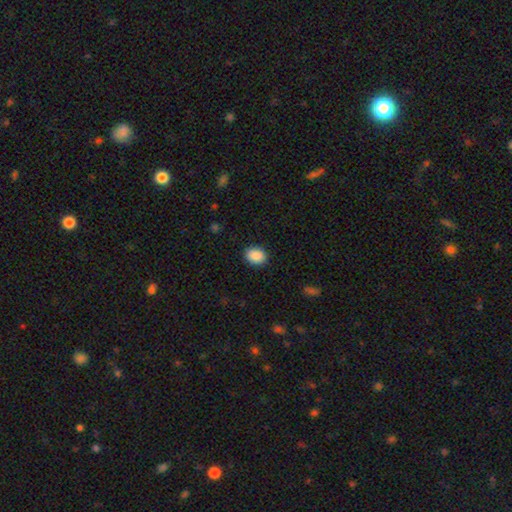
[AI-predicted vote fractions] Smooth or featured? Predicted: smooth (p=0.89). How rounded? Predicted: in between (p=0.57). Merging? Predicted: none (p=0.89).